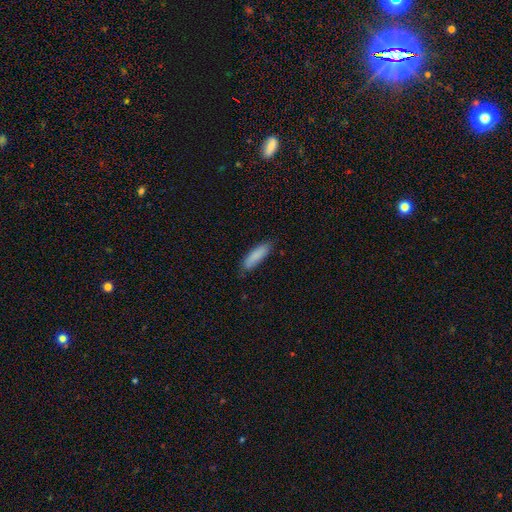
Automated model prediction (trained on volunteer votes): smooth_or_featured: smooth (p=0.87) [alt: featured or disk p=0.07]
how_rounded: cigar-shaped (p=0.63) [alt: in between p=0.36]
merging: none (p=0.80) [alt: minor disturbance p=0.16]